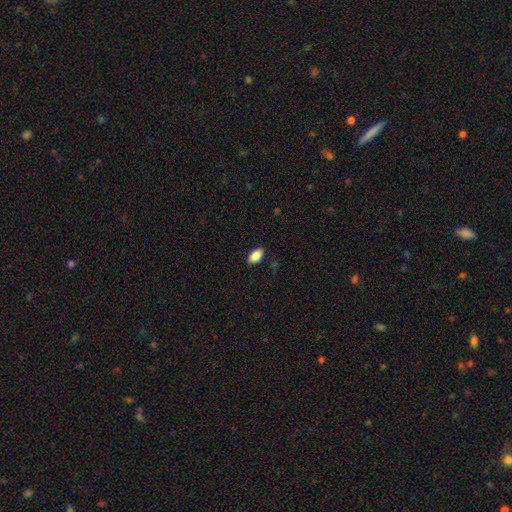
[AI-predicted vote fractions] Morphology: type=smooth (87%); roundness=in between (92%); merging=none (88%).